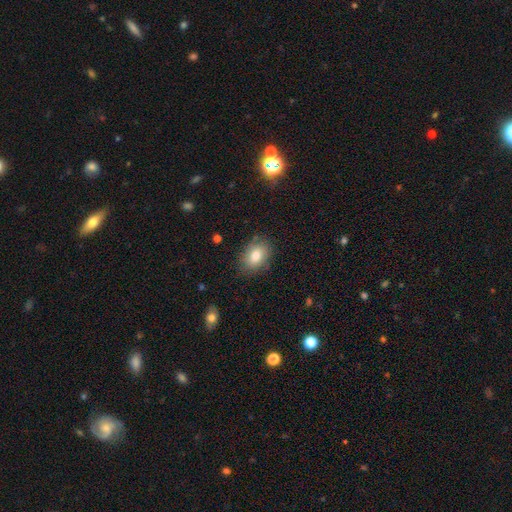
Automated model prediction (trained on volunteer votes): Smooth or featured: smooth — 80% (featured or disk — 11%)
How rounded: in between — 76% (round — 22%)
Merging: none — 82% (minor disturbance — 13%)